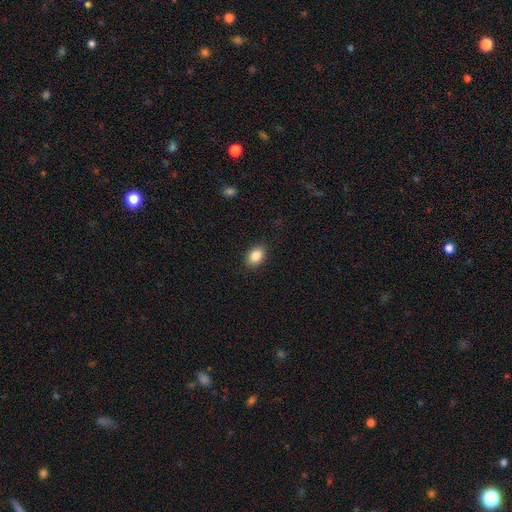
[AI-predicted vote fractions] This is clearly a smooth galaxy (86%). How rounded: likely in between (75%). Merging: clearly none (89%).